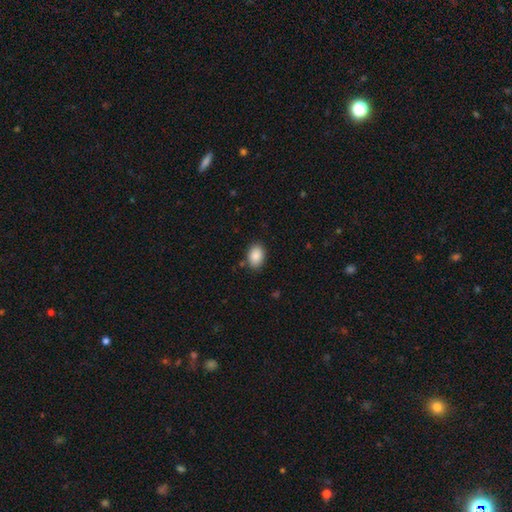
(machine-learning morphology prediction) Q: Smooth or featured?
A: smooth (89%); runner-up: star or artifact (7%)
Q: How rounded?
A: in between (85%); runner-up: round (14%)
Q: Merging?
A: none (85%); runner-up: minor disturbance (11%)